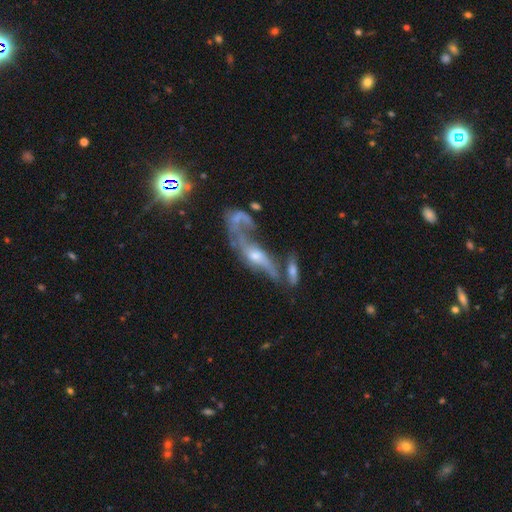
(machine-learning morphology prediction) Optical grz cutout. It shows a featured or disk galaxy (72%) with no bar (65%), spiral arms (68%) and a moderate central bulge (45%). Merging: merger (39%).